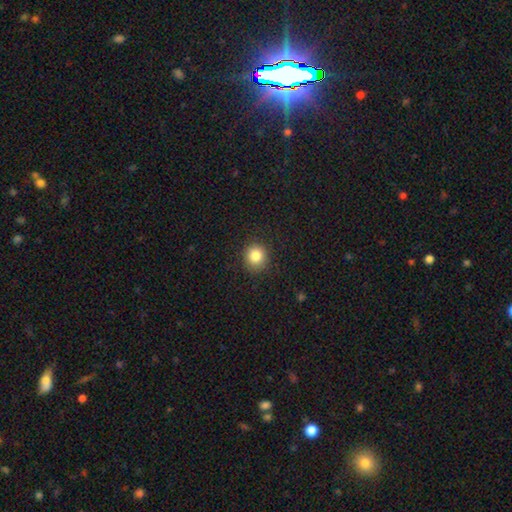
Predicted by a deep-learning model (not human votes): This is clearly a smooth galaxy (84%). How rounded: clearly round (88%). Merging: clearly none (89%).